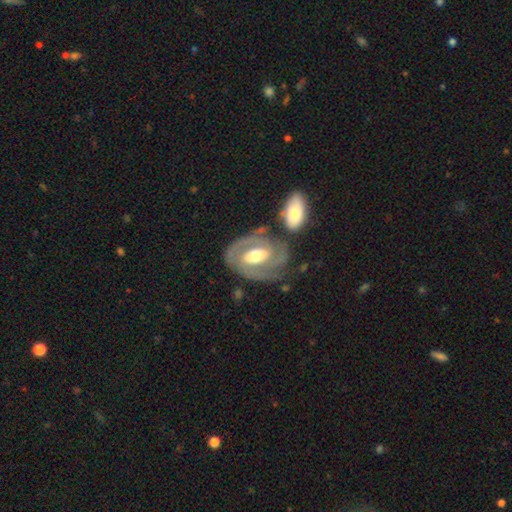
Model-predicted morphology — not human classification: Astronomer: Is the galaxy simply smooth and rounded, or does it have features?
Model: featured or disk — 83%.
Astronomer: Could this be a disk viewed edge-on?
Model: no — 96%.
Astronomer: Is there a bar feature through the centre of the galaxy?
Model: weak — 39% (runner-up: strong, 32%).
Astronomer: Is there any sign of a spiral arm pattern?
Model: yes — 87%.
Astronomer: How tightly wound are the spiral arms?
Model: tight — 55% (runner-up: medium, 36%).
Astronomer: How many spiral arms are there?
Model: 2 — 72%.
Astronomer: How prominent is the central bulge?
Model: moderate — 70%.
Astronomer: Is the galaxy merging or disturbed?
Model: none — 63%.